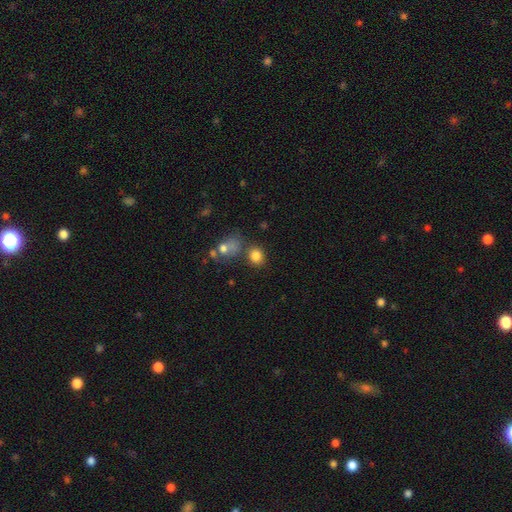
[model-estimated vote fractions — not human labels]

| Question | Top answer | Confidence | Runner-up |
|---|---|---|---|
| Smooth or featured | smooth | 81% | star or artifact (12%) |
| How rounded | round | 60% | in between (39%) |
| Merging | none | 64% | merger (17%) |